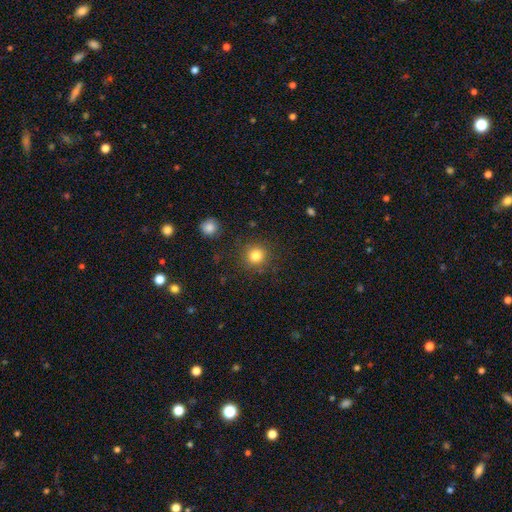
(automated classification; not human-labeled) This is clearly a smooth galaxy (82%). How rounded: clearly round (92%). Merging: clearly none (86%).